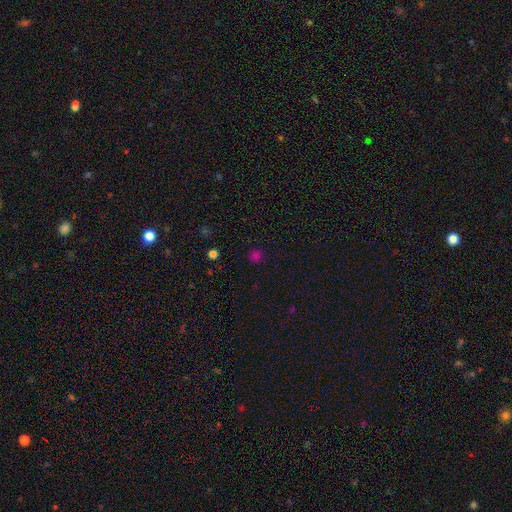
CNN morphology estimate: Smooth or featured? Predicted: smooth (p=0.71). How rounded? Predicted: round (p=0.92). Merging? Predicted: none (p=0.88).